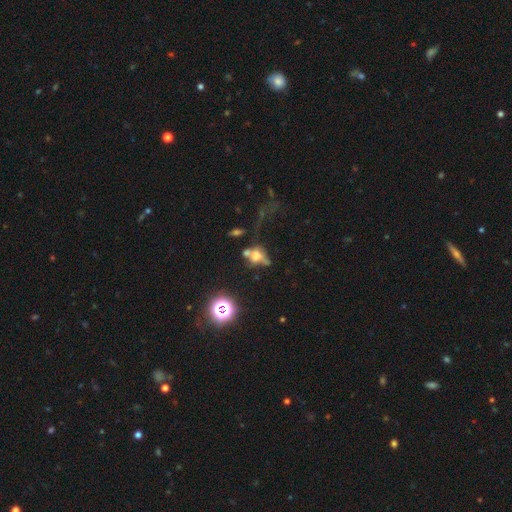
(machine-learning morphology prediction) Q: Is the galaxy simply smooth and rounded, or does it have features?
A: smooth — 44%.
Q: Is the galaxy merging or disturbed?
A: merger — 33%.